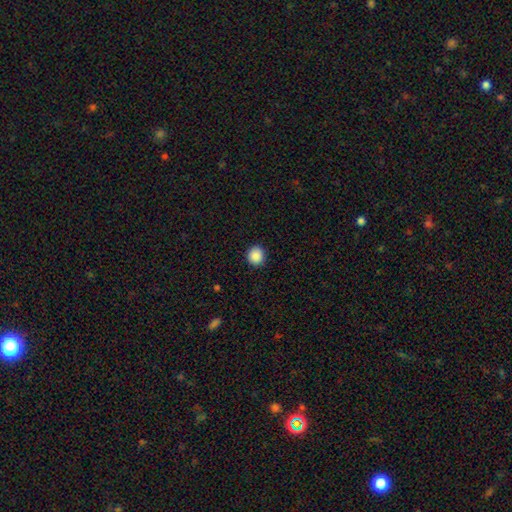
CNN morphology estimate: smooth-or-featured: smooth: 89% | star or artifact: 9% | featured or disk: 3%
  how-rounded: round: 89% | in between: 11% | cigar-shaped: 1%
  merging: none: 91% | minor disturbance: 6% | major disturbance: 2% | merger: 1%